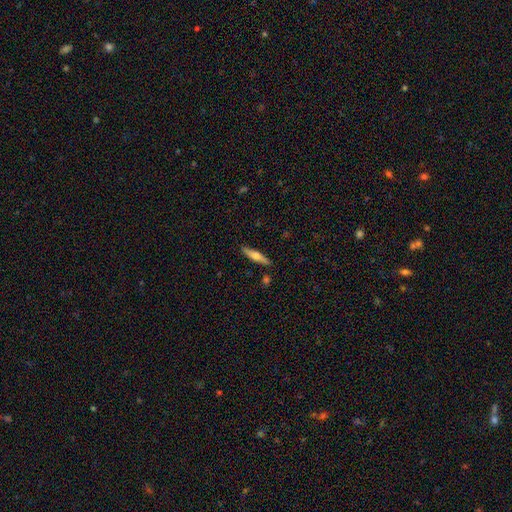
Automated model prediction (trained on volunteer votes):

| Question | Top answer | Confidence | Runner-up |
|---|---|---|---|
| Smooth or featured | featured or disk | 48% | smooth (46%) |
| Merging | none | 88% | minor disturbance (8%) |